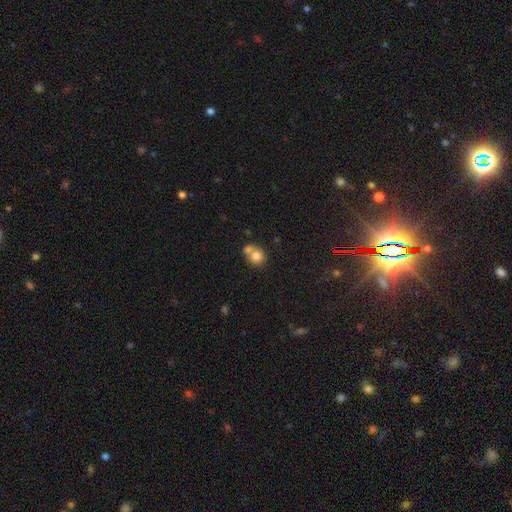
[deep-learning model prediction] This appears to be a smooth galaxy with no disk features (77%) that is round (79%). Merging: merger (47%).